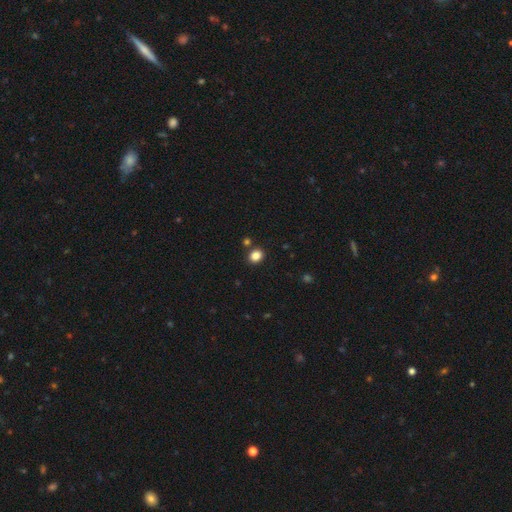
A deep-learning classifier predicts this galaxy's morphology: A smooth galaxy with no disk features (85%) that is round (57%). Merging: none (84%).